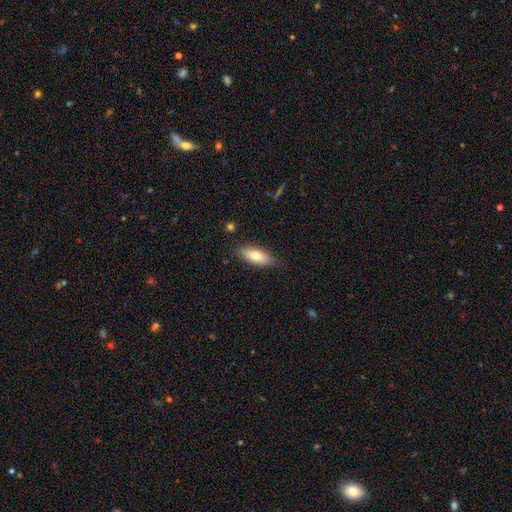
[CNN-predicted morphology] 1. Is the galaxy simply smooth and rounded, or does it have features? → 74% smooth, 19% featured or disk, 7% star or artifact.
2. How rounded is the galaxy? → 72% in between, 26% cigar-shaped, 2% round.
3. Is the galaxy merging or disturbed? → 84% none, 12% minor disturbance, 2% major disturbance, 1% merger.